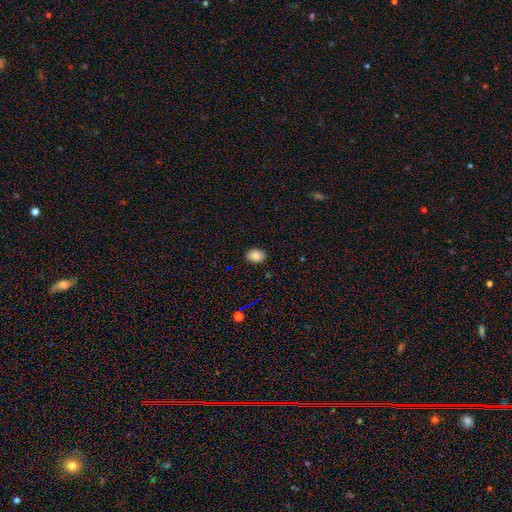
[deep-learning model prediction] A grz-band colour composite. It shows a smooth galaxy with no disk features (85%) that is in between round and cigar-shaped (73%). Merging: none (88%).